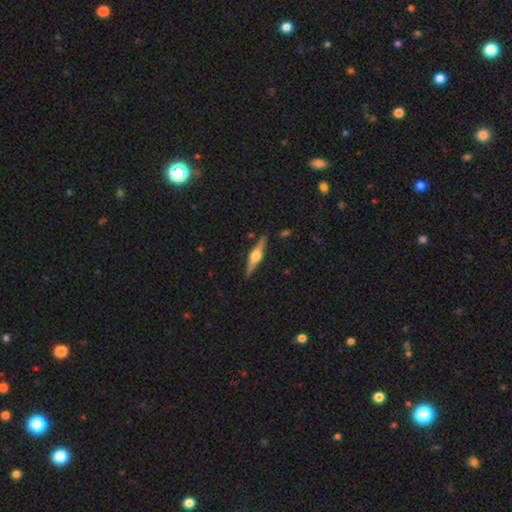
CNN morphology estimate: A featured or disk galaxy (75%) viewed edge-on (97%) with a rounded central bulge (93%). Merging: none (89%).